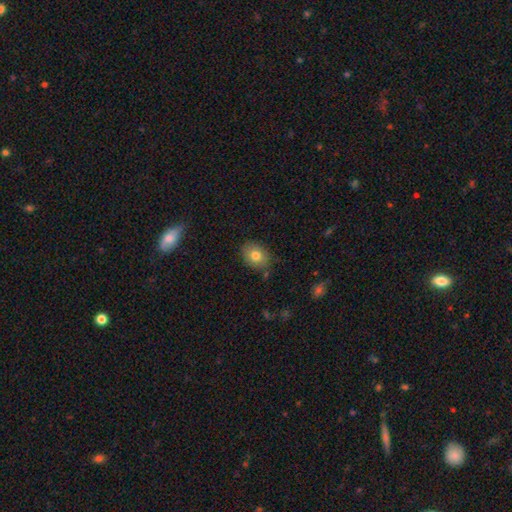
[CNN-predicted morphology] smooth-or-featured: smooth: 78% | featured or disk: 13% | star or artifact: 9%
  how-rounded: in between: 61% | round: 38% | cigar-shaped: 1%
  merging: none: 80% | minor disturbance: 15% | major disturbance: 3% | merger: 2%